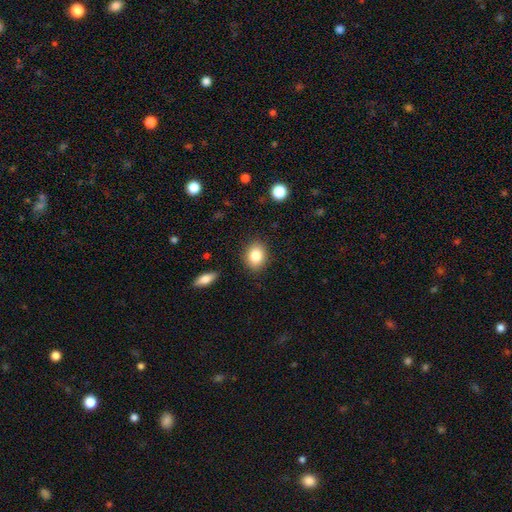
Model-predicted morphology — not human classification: Overall: smooth (83%). How rounded: in between (56%; round 43%). Merging: none (87%).